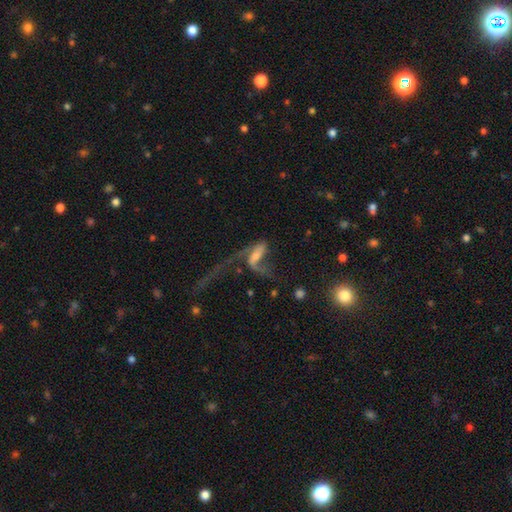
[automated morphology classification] A featured or disk galaxy (66%) with no bar (38%), spiral arms (74%) and a small central bulge (33%, tied with moderate). Merging: major disturbance (60%).